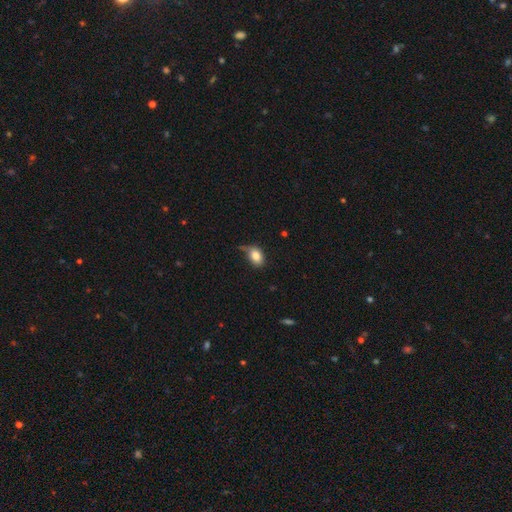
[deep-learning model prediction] Smooth or featured? smooth (83%)
How rounded? in between (80%)
Merging? none (53%)